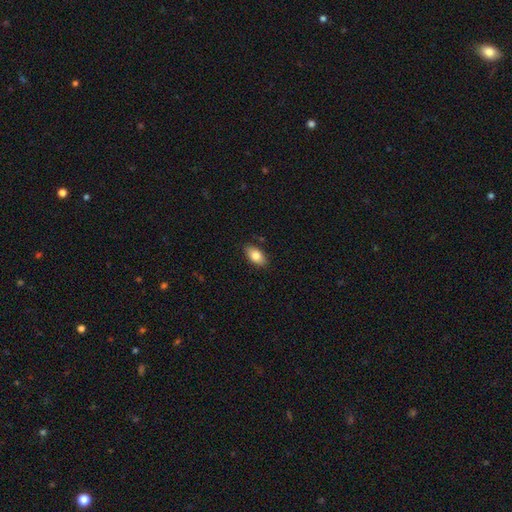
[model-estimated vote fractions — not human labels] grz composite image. It shows a smooth galaxy with no disk features (81%) that is in between round and cigar-shaped (92%). Merging: none (87%).